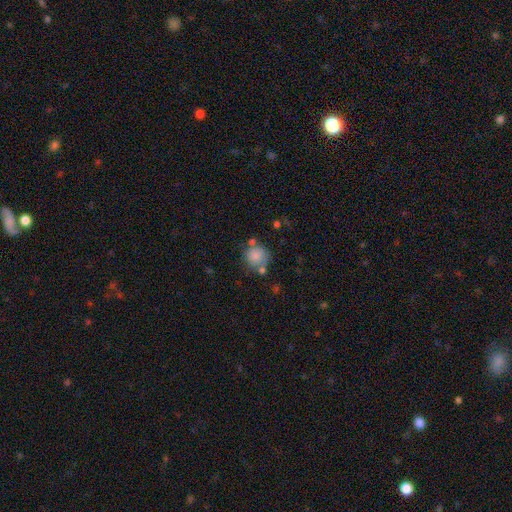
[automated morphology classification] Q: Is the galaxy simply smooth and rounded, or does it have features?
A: smooth — 80%.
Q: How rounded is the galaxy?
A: round — 88%.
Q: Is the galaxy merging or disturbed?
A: none — 61%.